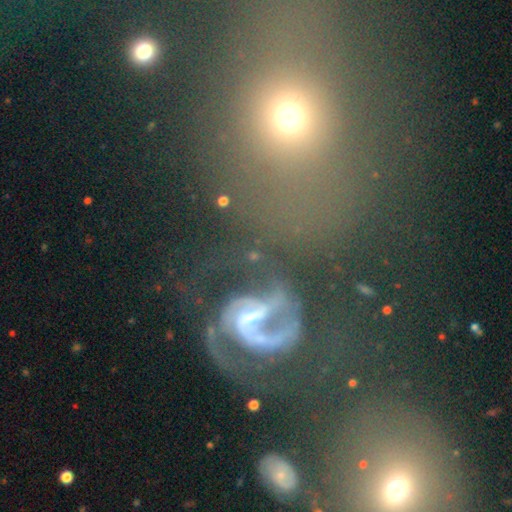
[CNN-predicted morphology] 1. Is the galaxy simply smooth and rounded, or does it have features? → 65% featured or disk, 18% star or artifact, 17% smooth.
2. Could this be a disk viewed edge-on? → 96% no, 4% yes.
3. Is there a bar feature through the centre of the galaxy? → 34% weak, 33% no, 33% strong.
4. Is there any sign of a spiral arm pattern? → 82% yes, 18% no.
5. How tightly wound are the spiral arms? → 47% medium, 31% loose, 22% tight.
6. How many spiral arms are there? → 74% 2, 9% 1, 8% can't tell, 4% 3, 2% 4, 2% more than 4.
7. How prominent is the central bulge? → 50% small, 33% moderate, 8% none, 6% large, 3% dominant.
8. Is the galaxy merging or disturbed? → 39% none, 27% major disturbance, 18% merger, 16% minor disturbance.